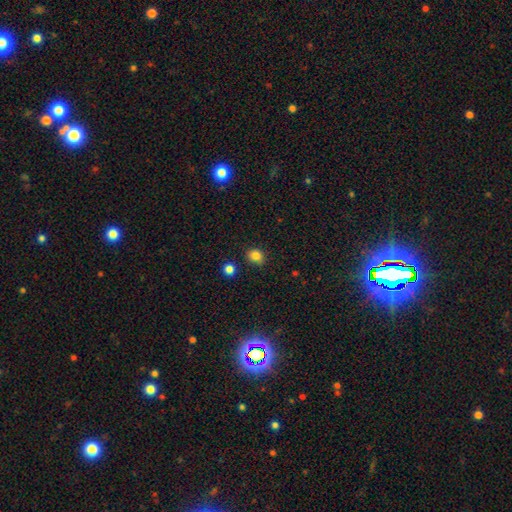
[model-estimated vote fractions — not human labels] Overall: smooth (83%). How rounded: round (65%; in between 34%). Merging: none (85%).